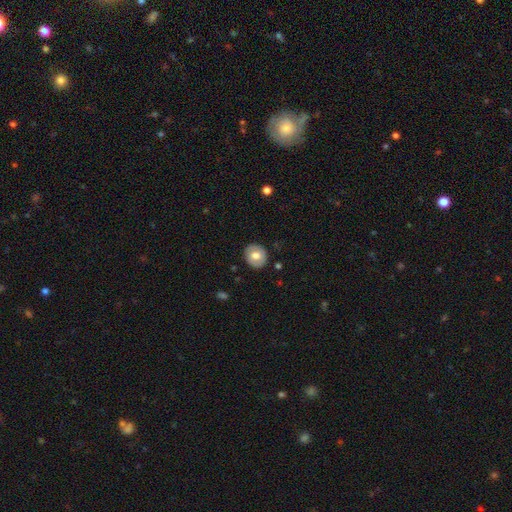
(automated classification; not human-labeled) Smooth or featured?
  - smooth: 67% *
  - featured or disk: 26%
  - star or artifact: 7%
How rounded?
  - round: 77% *
  - in between: 22%
  - cigar-shaped: 1%
Merging?
  - none: 87% *
  - minor disturbance: 9%
  - major disturbance: 2%
  - merger: 1%